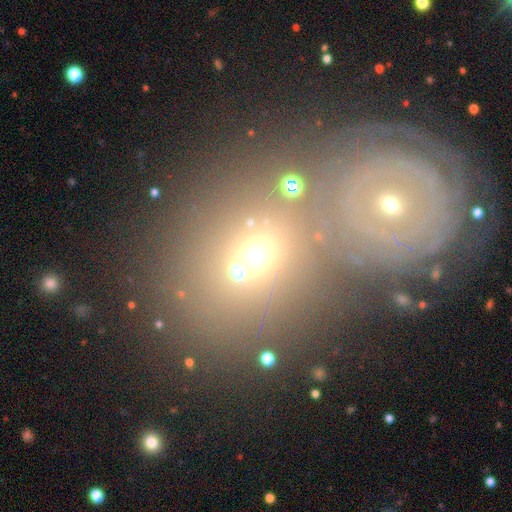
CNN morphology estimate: Smooth or featured? Predicted: smooth (p=0.57). How rounded? Predicted: round (p=0.62). Merging? Predicted: none (p=0.54).